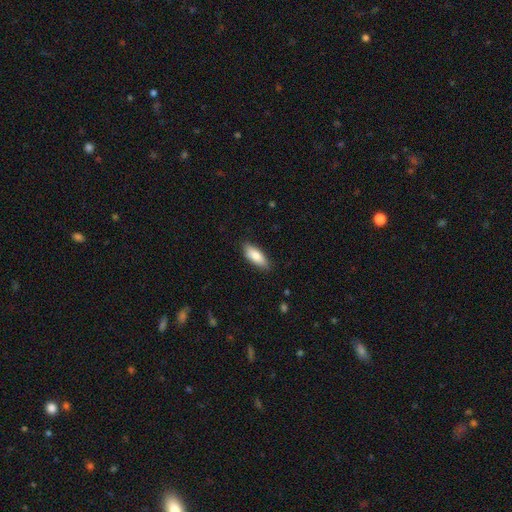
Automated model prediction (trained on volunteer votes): Morphology: type=smooth (83%); roundness=in between (72%); merging=none (86%).